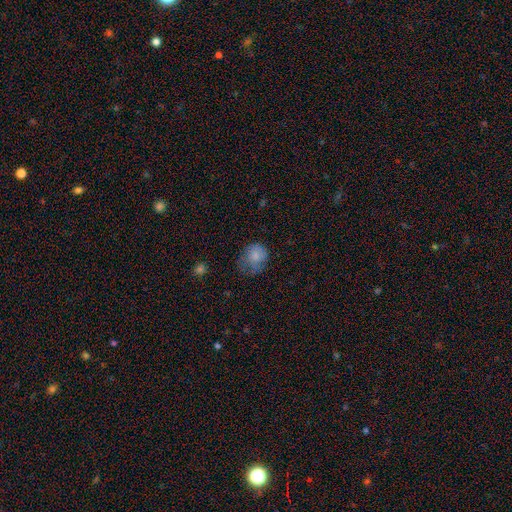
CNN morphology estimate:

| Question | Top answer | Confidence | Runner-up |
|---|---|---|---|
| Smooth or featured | smooth | 77% | featured or disk (13%) |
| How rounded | round | 64% | in between (35%) |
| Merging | none | 42% | minor disturbance (34%) |